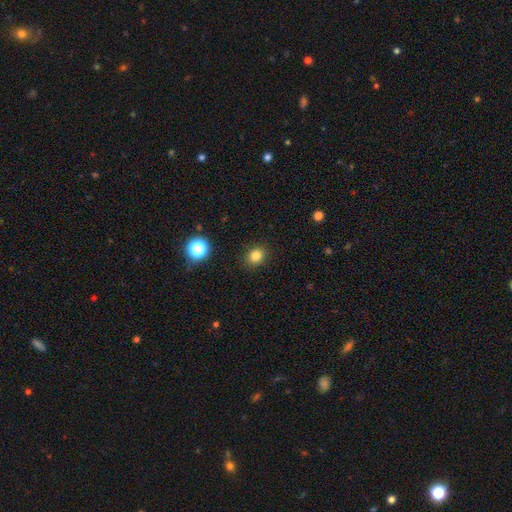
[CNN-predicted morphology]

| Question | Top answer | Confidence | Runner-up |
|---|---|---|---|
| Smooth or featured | smooth | 82% | star or artifact (13%) |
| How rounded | round | 67% | in between (32%) |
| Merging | none | 89% | minor disturbance (8%) |